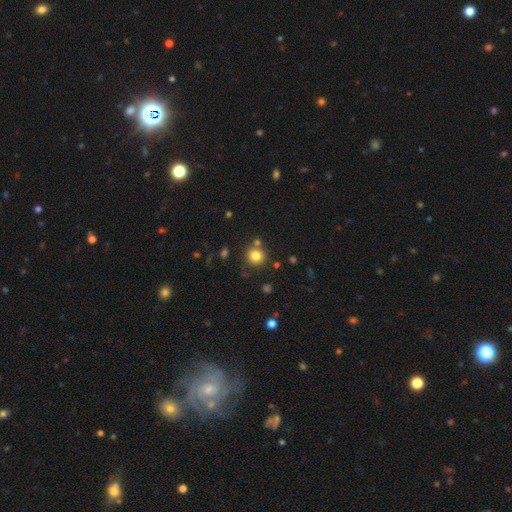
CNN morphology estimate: smooth 81%, star or artifact 12%, featured or disk 7%. Down the decision tree: how rounded — round (92%); merging — none (79%).